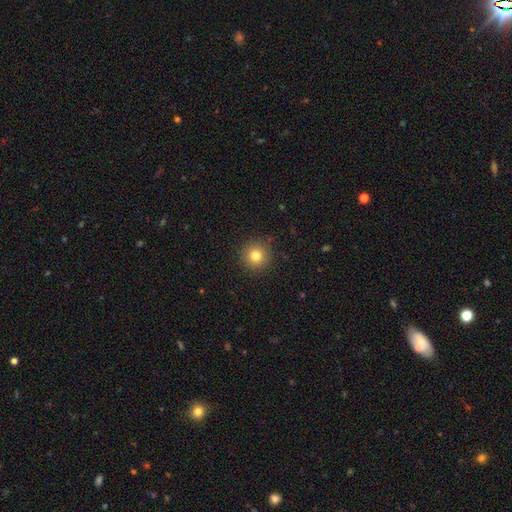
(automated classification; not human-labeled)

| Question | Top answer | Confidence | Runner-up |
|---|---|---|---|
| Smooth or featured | smooth | 79% | star or artifact (13%) |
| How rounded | round | 95% | in between (4%) |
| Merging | none | 90% | minor disturbance (6%) |